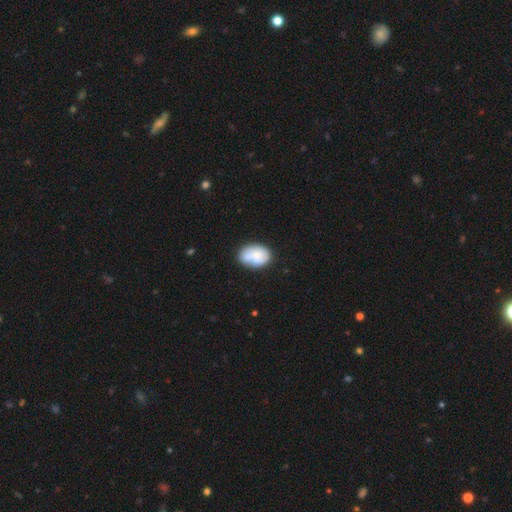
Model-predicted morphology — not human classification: Q: Smooth or featured?
A: smooth (61%); runner-up: featured or disk (33%)
Q: How rounded?
A: in between (79%); runner-up: round (20%)
Q: Merging?
A: none (57%); runner-up: minor disturbance (23%)